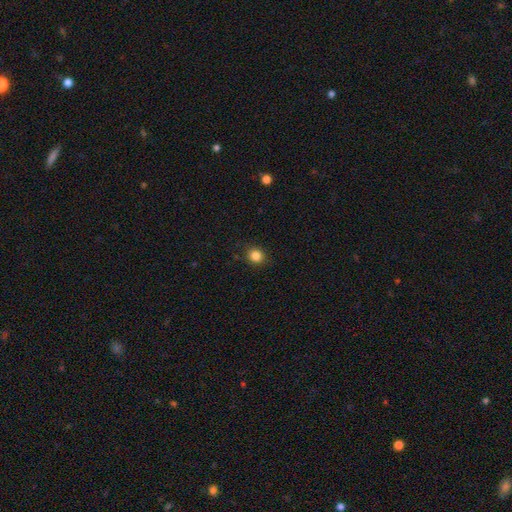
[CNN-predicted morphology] Overall: smooth (85%). How rounded: round (85%). Merging: none (89%).